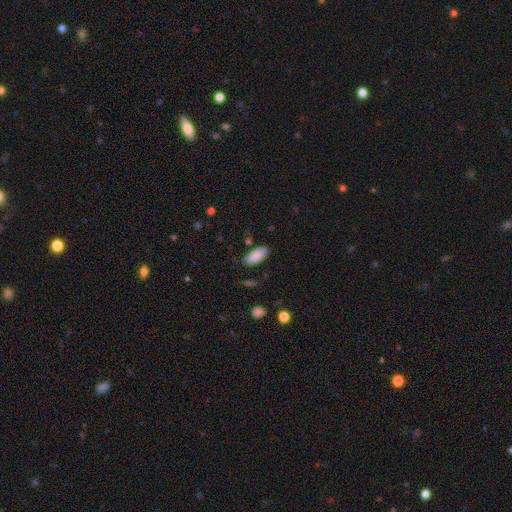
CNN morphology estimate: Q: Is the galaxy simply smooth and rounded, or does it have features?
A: smooth — 88%.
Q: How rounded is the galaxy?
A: in between — 88%.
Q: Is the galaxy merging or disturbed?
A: none — 79%.